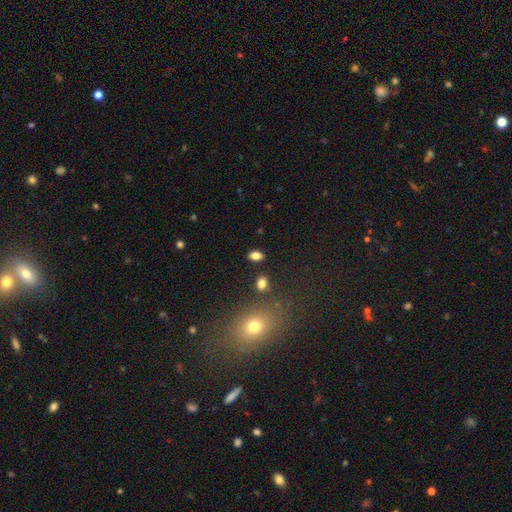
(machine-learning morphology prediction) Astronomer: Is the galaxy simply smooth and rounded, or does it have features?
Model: smooth — 83%.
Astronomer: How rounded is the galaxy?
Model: in between — 85%.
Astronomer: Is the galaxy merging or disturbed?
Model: none — 83%.